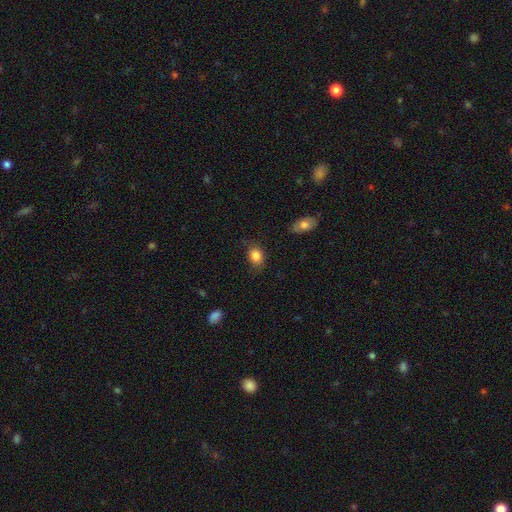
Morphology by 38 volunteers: smooth_or_featured: smooth (p=0.89) [alt: star or artifact p=0.08]
how_rounded: in between (p=0.59) [alt: round p=0.35]
merging: none (p=0.80) [alt: minor disturbance p=0.14]